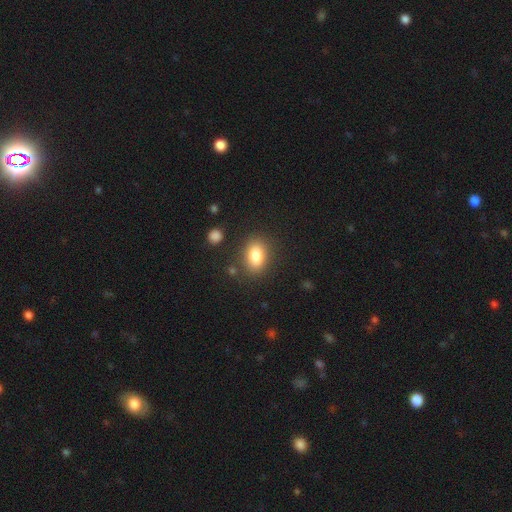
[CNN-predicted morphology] smooth-or-featured: smooth: 83% | star or artifact: 9% | featured or disk: 8%
  how-rounded: in between: 79% | round: 19% | cigar-shaped: 2%
  merging: none: 83% | minor disturbance: 11% | major disturbance: 4% | merger: 3%